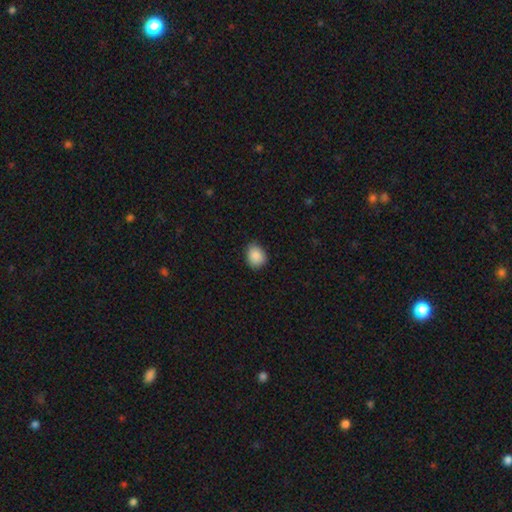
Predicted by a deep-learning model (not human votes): Morphology: type=smooth (89%); roundness=in between (50%, tied with round); merging=none (80%).